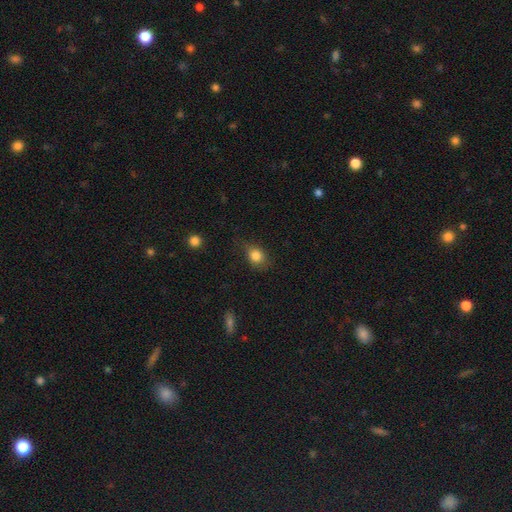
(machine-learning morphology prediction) Smooth or featured? smooth (82%)
How rounded? round (54%)
Merging? none (64%)